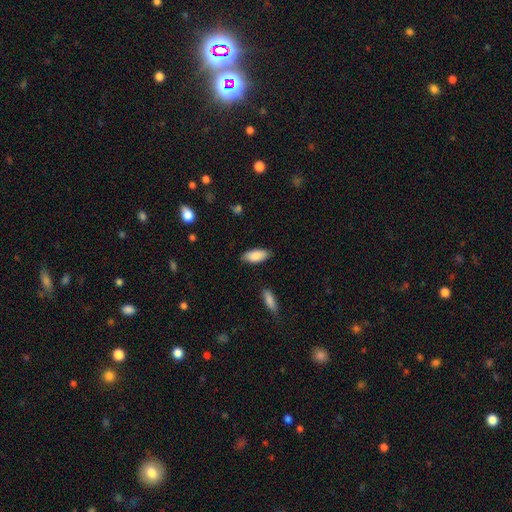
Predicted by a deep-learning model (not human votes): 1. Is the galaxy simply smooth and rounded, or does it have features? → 87% smooth, 7% featured or disk, 6% star or artifact.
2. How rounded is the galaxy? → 86% in between, 12% cigar-shaped, 2% round.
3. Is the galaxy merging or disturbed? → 84% none, 12% minor disturbance, 2% major disturbance, 2% merger.